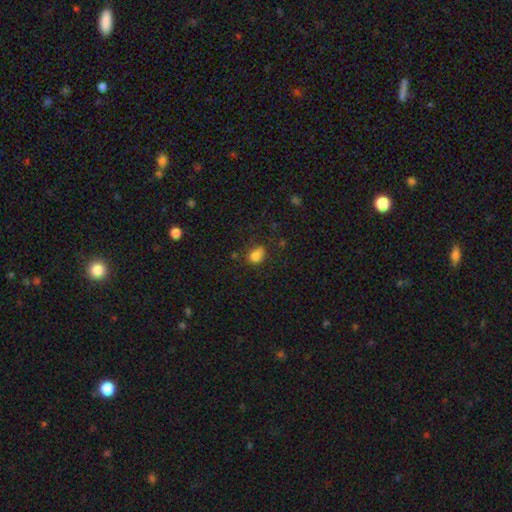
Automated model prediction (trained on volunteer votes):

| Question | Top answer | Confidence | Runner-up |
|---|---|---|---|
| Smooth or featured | smooth | 80% | star or artifact (12%) |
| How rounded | round | 51% | in between (48%) |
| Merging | none | 54% | minor disturbance (26%) |